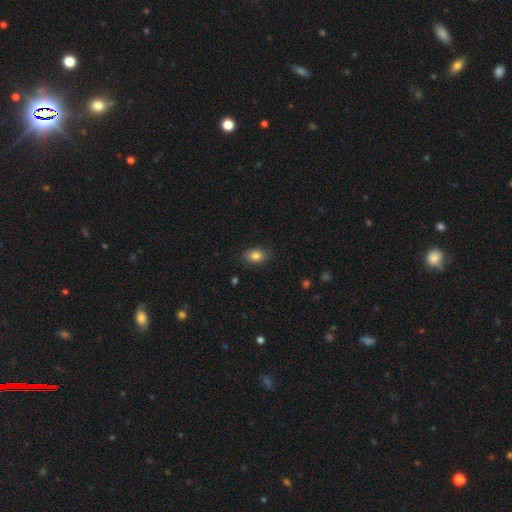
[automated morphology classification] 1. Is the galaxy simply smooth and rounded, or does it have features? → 83% smooth, 9% star or artifact, 8% featured or disk.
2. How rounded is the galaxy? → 80% in between, 18% round, 1% cigar-shaped.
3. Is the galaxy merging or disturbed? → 84% none, 12% minor disturbance, 3% major disturbance, 1% merger.